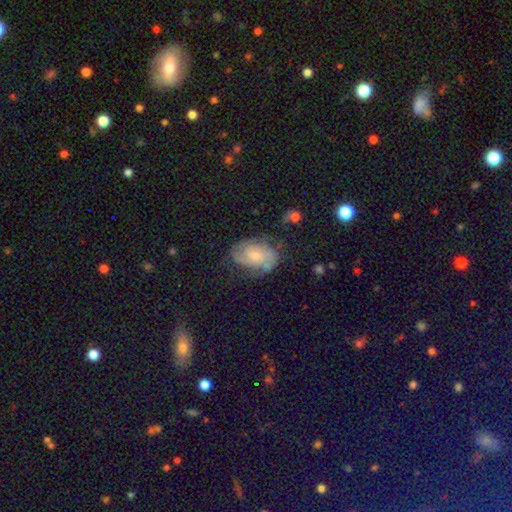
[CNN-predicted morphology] This appears to be a featured or disk galaxy (61%) with no bar (70%), spiral arms (83%) and a small central bulge (58%). Merging: none (58%).